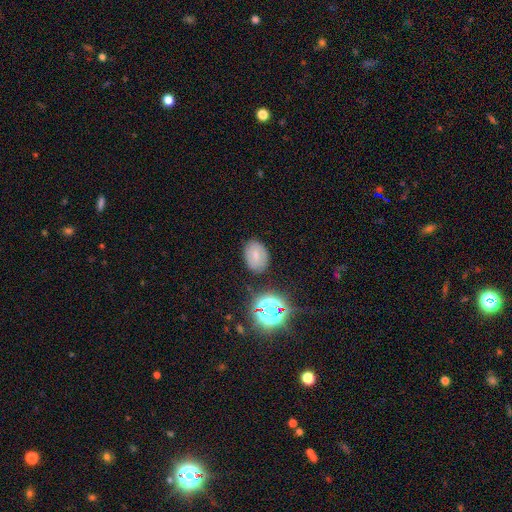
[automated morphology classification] The model was most divided on "smooth or featured": smooth: 59%, featured or disk: 25%, star or artifact: 16%. More confident: merging — none (80%); how rounded — in between (71%).